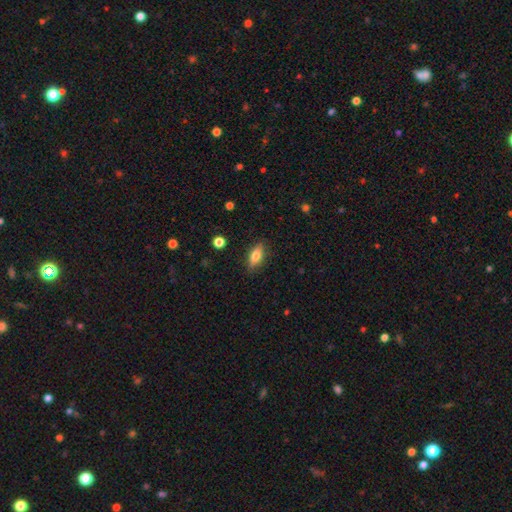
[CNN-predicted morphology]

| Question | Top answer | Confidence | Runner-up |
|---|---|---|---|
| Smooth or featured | smooth | 68% | featured or disk (24%) |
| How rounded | in between | 71% | cigar-shaped (25%) |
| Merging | none | 84% | minor disturbance (12%) |